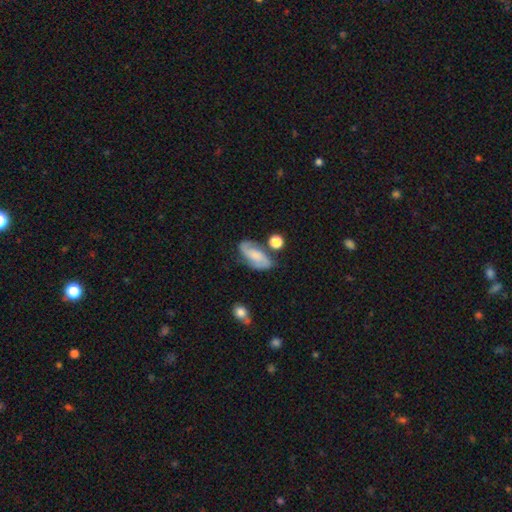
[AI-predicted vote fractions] smooth-or-featured: featured or disk: 71% | smooth: 21% | star or artifact: 7%
  disk-edge-on: no: 95% | yes: 5%
    bar: no: 50% | weak: 38% | strong: 13%
    has-spiral-arms: yes: 95% | no: 5%
      spiral-winding: medium: 47% | loose: 27% | tight: 26%
      spiral-arm-count: 2: 88% | can't tell: 5% | 1: 2% | 3: 2% | 4: 1% | more than 4: 1%
    bulge-size: none: 38% | small: 27% | moderate: 22% | large: 10% | dominant: 3%
  merging: none: 69% | minor disturbance: 17% | merger: 8% | major disturbance: 6%